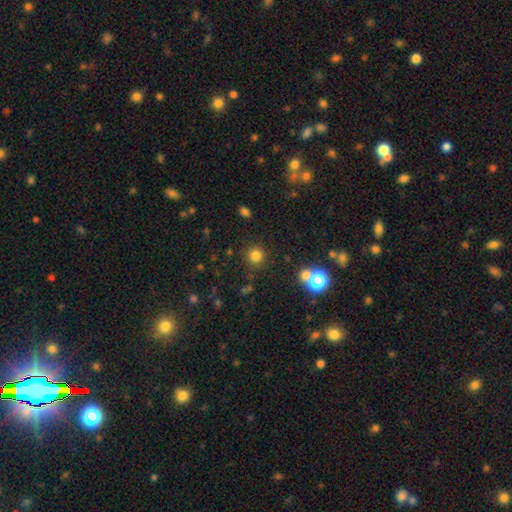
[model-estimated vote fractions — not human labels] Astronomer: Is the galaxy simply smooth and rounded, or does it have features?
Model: smooth — 79%.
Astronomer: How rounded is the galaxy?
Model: round — 92%.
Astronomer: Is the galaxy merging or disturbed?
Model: none — 86%.